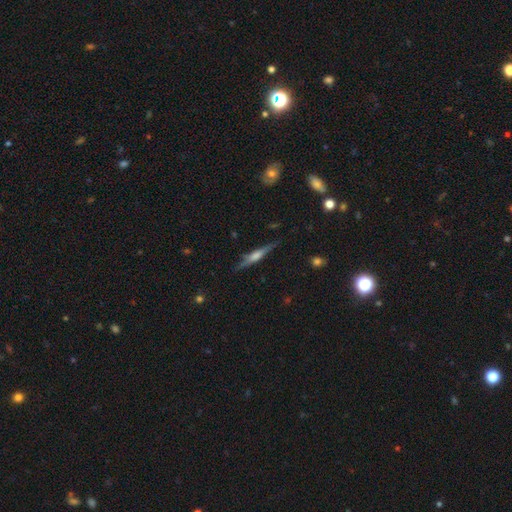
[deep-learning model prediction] The model was most divided on "edge-on bulge": rounded: 63%, boxy: 26%, none: 11%. More confident: edge-on disk — yes (97%); merging — none (82%); smooth or featured — featured or disk (66%).